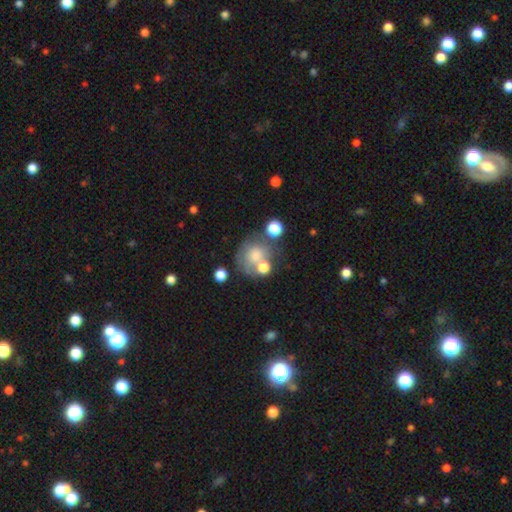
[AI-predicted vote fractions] smooth-or-featured: smooth: 59% | featured or disk: 27% | star or artifact: 15%
  how-rounded: round: 79% | in between: 20% | cigar-shaped: 1%
  merging: none: 47% | merger: 20% | minor disturbance: 19% | major disturbance: 14%